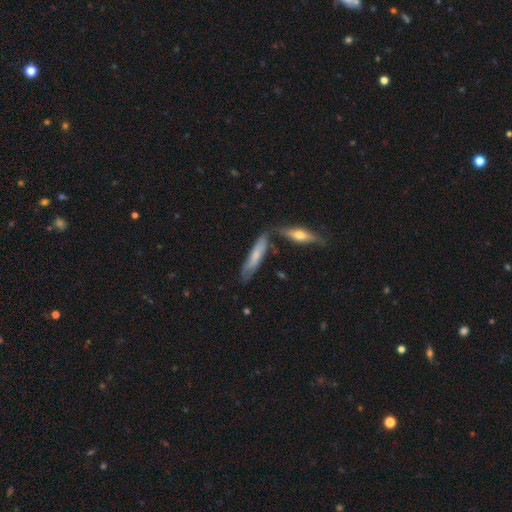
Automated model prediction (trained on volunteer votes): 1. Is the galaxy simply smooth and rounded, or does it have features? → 58% smooth, 36% featured or disk, 6% star or artifact.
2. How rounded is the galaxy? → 74% cigar-shaped, 24% in between, 2% round.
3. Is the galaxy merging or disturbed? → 58% none, 21% minor disturbance, 16% merger, 6% major disturbance.